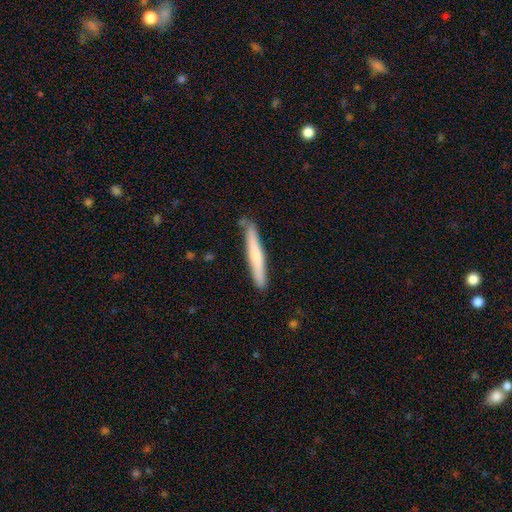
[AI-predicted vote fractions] This appears to be a smooth galaxy with no disk features (59%) that is cigar-shaped (95%). Merging: none (85%).